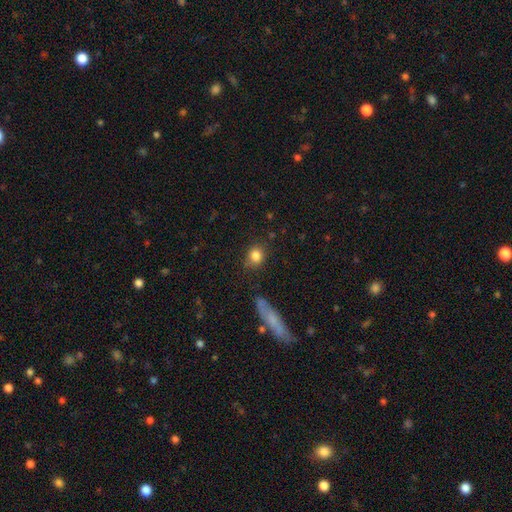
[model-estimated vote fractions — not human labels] Morphology: type=smooth (84%); roundness=round (72%); merging=none (80%).